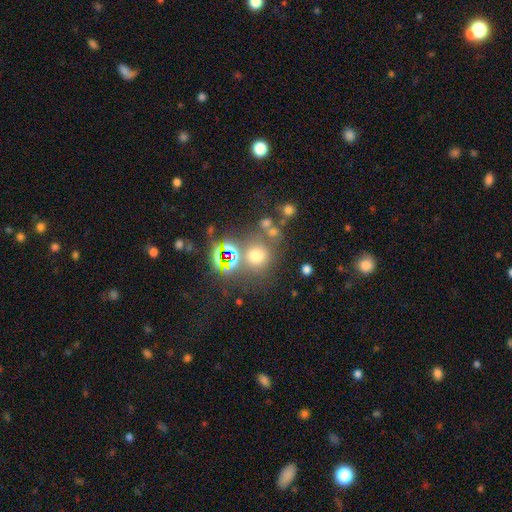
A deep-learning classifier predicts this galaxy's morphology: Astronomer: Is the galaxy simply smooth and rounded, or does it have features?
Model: smooth — 60%.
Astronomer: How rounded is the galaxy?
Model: round — 87%.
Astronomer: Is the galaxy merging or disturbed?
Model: none — 67%.